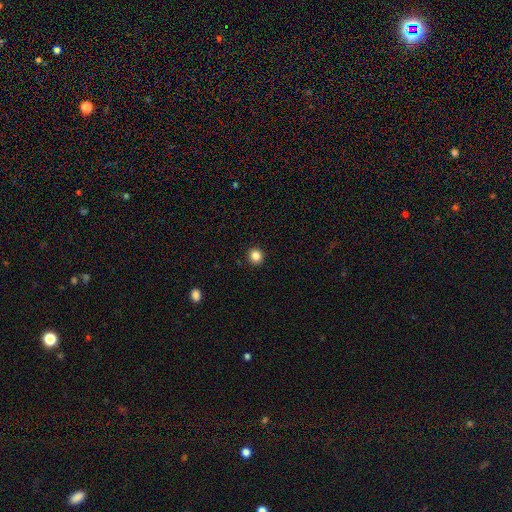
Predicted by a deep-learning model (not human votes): smooth_or_featured: smooth (p=0.85) [alt: star or artifact p=0.11]
how_rounded: round (p=0.91) [alt: in between p=0.08]
merging: none (p=0.93) [alt: minor disturbance p=0.05]